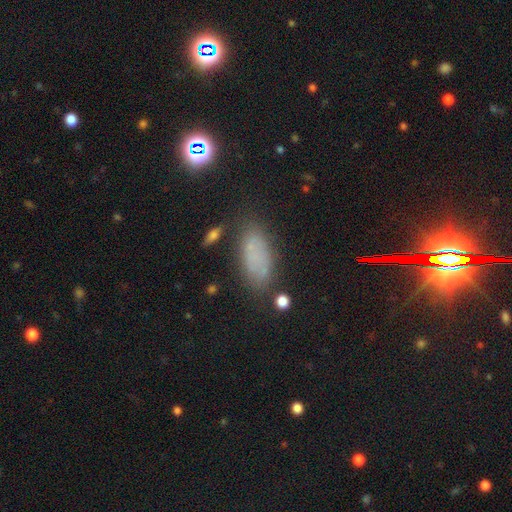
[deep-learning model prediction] smooth-or-featured: smooth: 66% | star or artifact: 19% | featured or disk: 14%
  how-rounded: in between: 85% | cigar-shaped: 11% | round: 4%
  merging: none: 70% | minor disturbance: 19% | major disturbance: 7% | merger: 4%